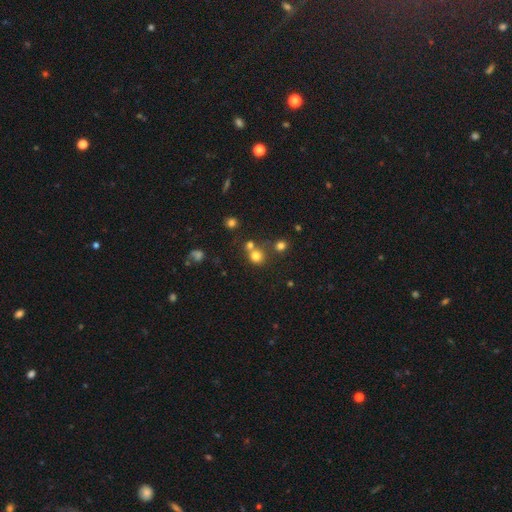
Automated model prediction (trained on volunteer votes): This appears to be a smooth galaxy with no disk features (75%) that is round (88%). Merging: none (60%).